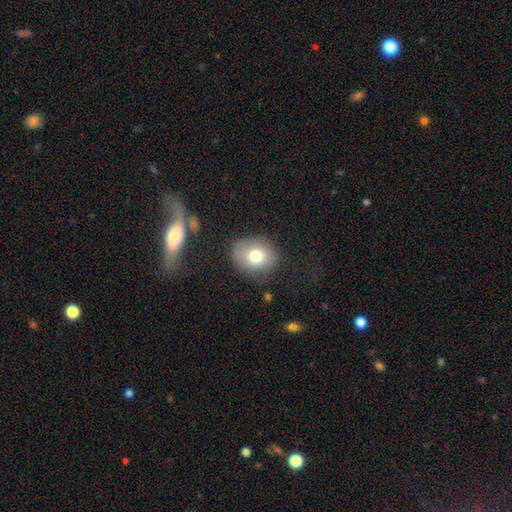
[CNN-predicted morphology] Q: Smooth or featured?
A: smooth (75%); runner-up: featured or disk (15%)
Q: How rounded?
A: round (63%); runner-up: in between (36%)
Q: Merging?
A: none (75%); runner-up: minor disturbance (17%)